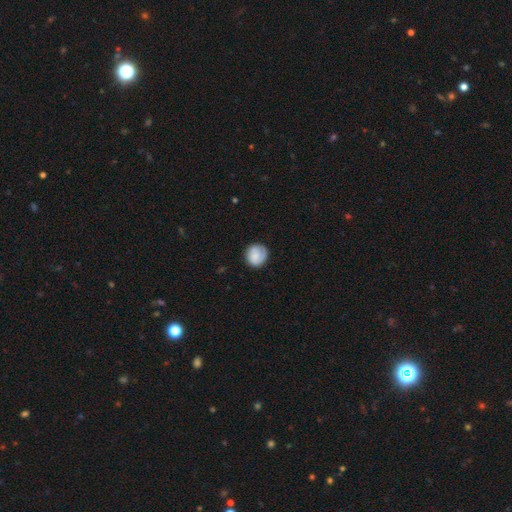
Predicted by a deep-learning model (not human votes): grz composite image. It shows a smooth galaxy with no disk features (68%) that is round (85%). Merging: none (76%).